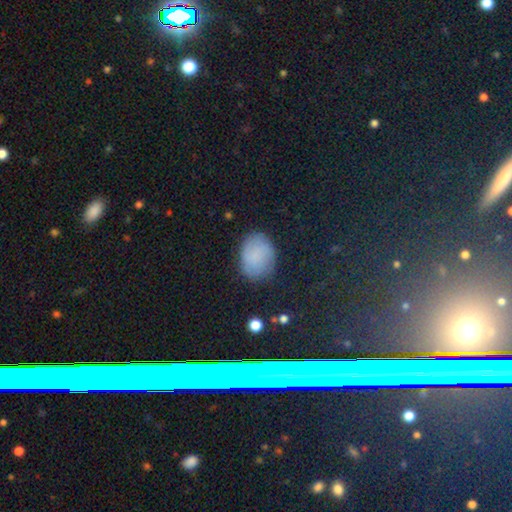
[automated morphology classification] Overall: smooth (74%). How rounded: in between (71%). Merging: none (79%).